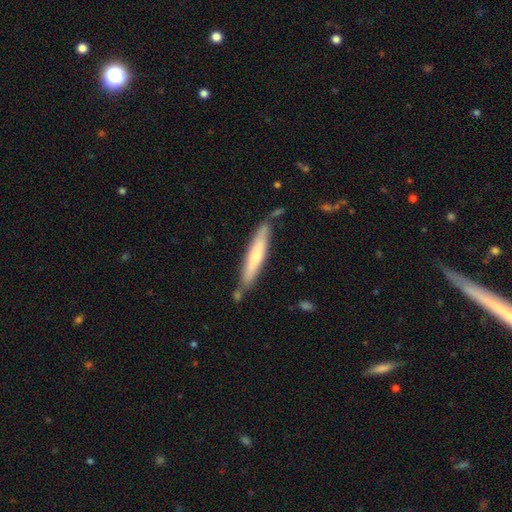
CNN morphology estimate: Q: Smooth or featured?
A: featured or disk (48%); runner-up: smooth (44%)
Q: Merging?
A: none (81%); runner-up: minor disturbance (15%)